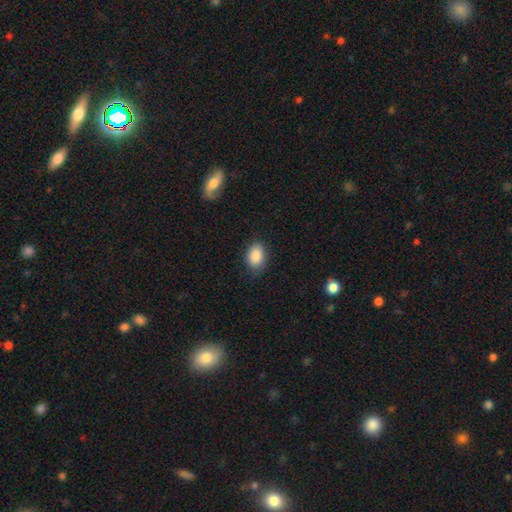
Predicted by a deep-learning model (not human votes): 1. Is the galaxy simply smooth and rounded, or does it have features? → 88% smooth, 7% star or artifact, 5% featured or disk.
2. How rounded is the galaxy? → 84% in between, 15% round, 1% cigar-shaped.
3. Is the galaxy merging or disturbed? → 83% none, 13% minor disturbance, 3% major disturbance, 1% merger.